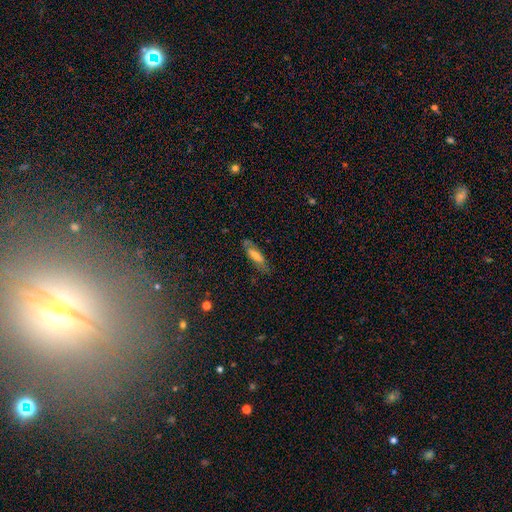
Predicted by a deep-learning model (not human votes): Smooth or featured? Predicted: smooth (p=0.56). How rounded? Predicted: cigar-shaped (p=0.50). Merging? Predicted: none (p=0.73).